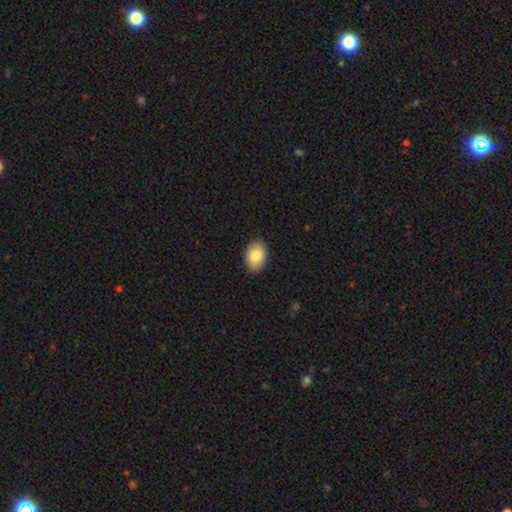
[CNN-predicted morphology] Smooth or featured: smooth — 83% (featured or disk — 10%)
How rounded: in between — 84% (round — 15%)
Merging: none — 89% (minor disturbance — 8%)